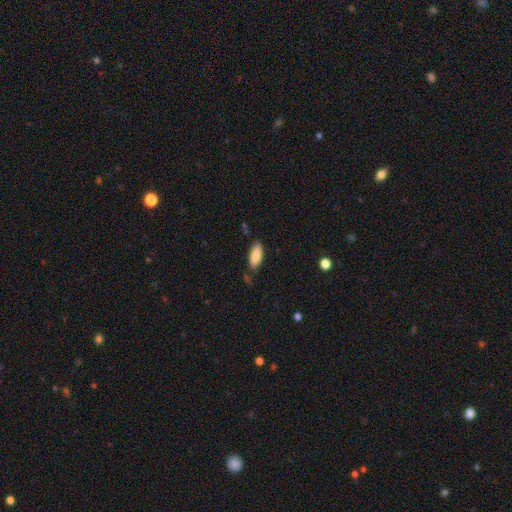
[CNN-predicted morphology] The model was most divided on "merging": none: 75%, minor disturbance: 17%, merger: 4%, major disturbance: 3%. More confident: smooth or featured — smooth (87%); how rounded — in between (81%).